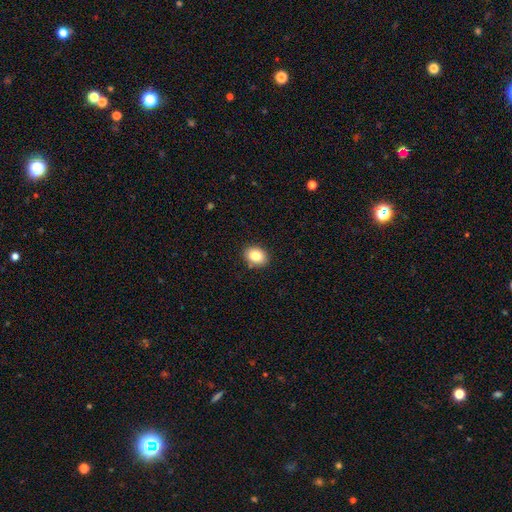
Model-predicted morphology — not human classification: Overall: smooth (83%). How rounded: in between (59%; round 40%). Merging: none (87%).